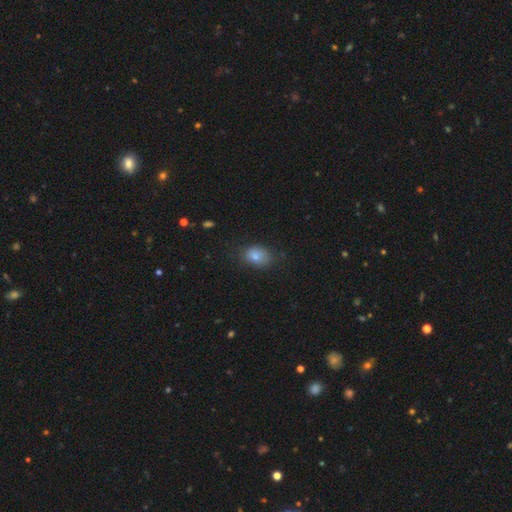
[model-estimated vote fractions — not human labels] The model was most divided on "how rounded": in between: 67%, round: 31%, cigar-shaped: 1%. More confident: smooth or featured — smooth (81%); merging — none (68%).